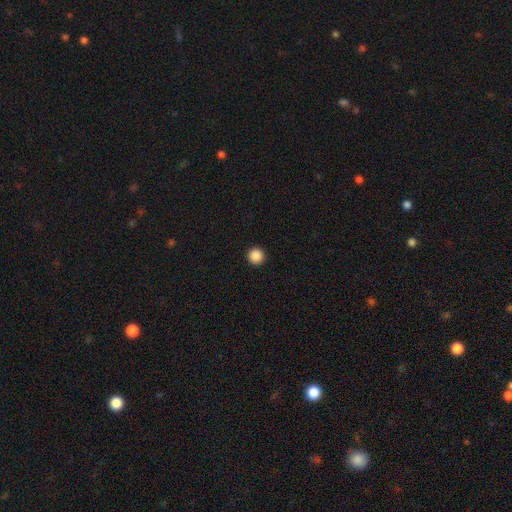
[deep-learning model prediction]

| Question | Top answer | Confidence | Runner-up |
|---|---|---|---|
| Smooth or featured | smooth | 88% | star or artifact (10%) |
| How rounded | round | 97% | in between (2%) |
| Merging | none | 94% | minor disturbance (3%) |